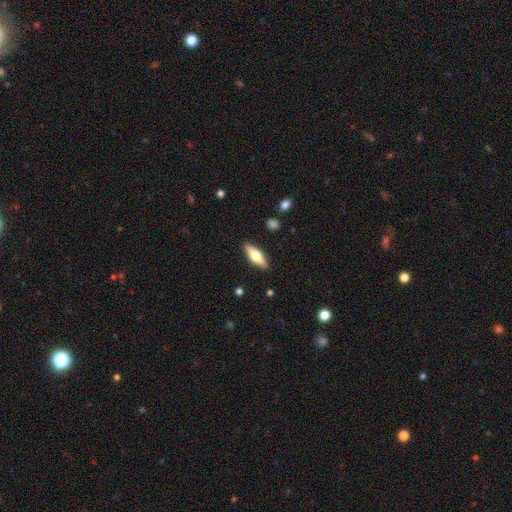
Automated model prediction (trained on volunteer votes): Smooth or featured? smooth (57%)
How rounded? in between (57%)
Merging? none (88%)